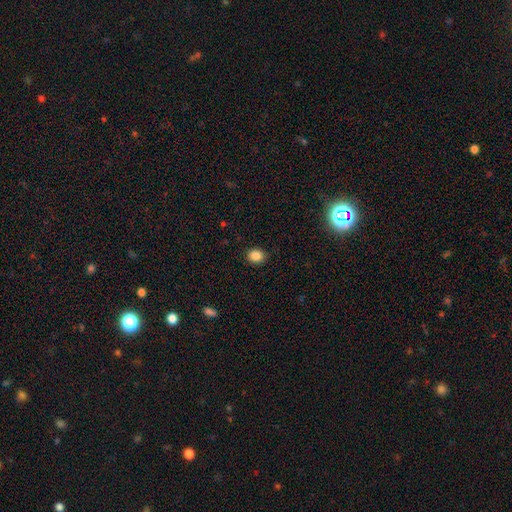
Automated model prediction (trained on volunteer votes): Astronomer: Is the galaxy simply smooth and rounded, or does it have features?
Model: smooth — 86%.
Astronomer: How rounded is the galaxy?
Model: round — 68%.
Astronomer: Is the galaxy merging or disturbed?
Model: none — 89%.